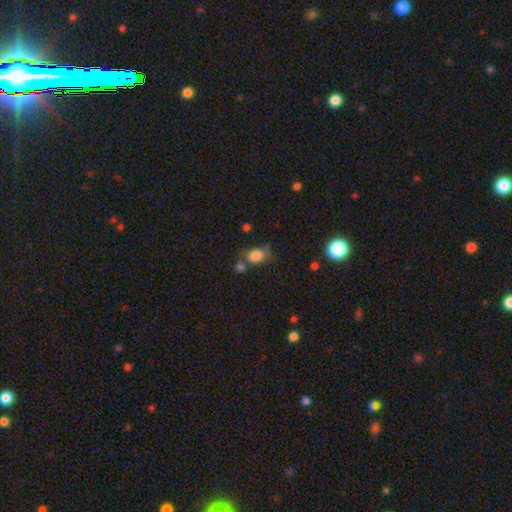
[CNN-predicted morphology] This appears to be a smooth galaxy with no disk features (81%) that is in between round and cigar-shaped (69%). Merging: none (45%).